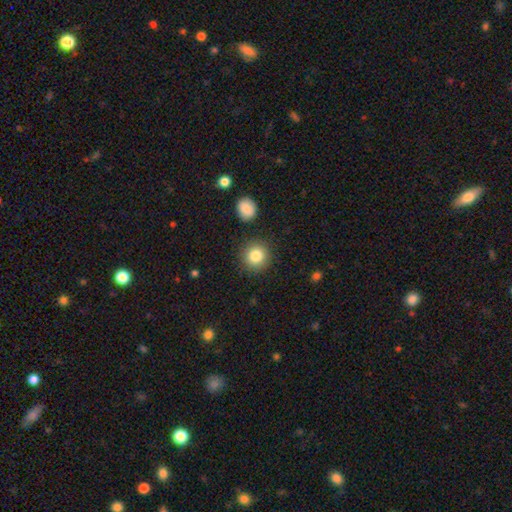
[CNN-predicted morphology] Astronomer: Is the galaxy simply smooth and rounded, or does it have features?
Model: smooth — 84%.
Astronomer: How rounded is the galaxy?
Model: round — 92%.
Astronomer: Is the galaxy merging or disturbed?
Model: none — 87%.